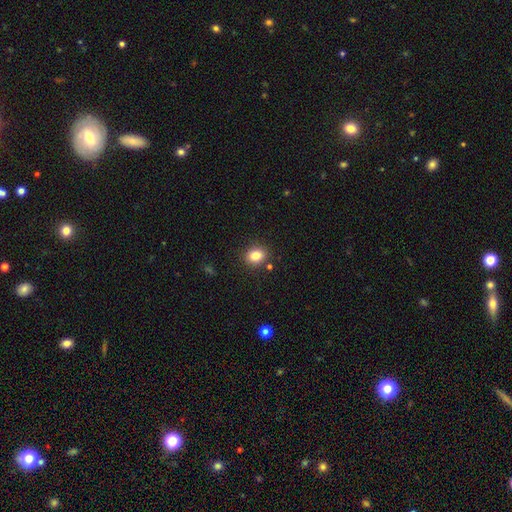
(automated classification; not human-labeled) Smooth or featured? smooth (83%)
How rounded? round (56%)
Merging? none (86%)